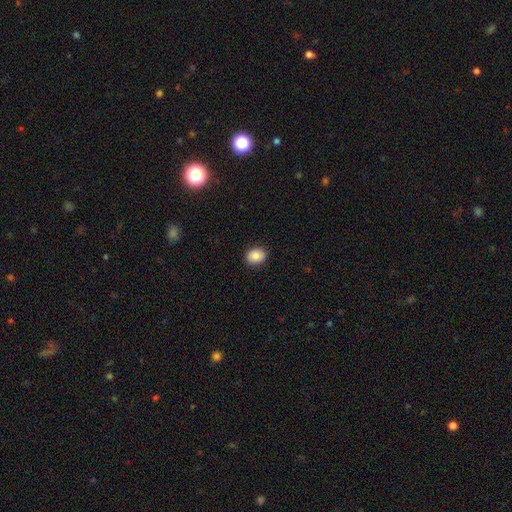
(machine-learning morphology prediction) Smooth or featured: smooth — 84% (star or artifact — 9%)
How rounded: round — 56% (in between — 43%)
Merging: none — 90% (minor disturbance — 8%)